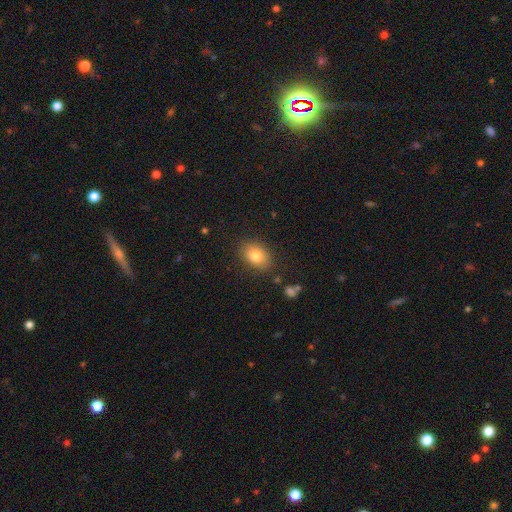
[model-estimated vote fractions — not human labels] This appears to be a smooth galaxy with no disk features (81%) that is in between round and cigar-shaped (75%). Merging: none (83%).